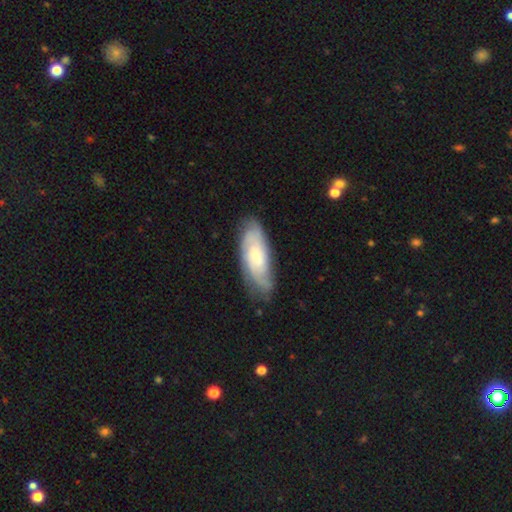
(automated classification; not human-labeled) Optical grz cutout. It shows a featured or disk galaxy (63%) with no bar (65%), spiral arms (90%) and a small central bulge (42%). Merging: none (74%).